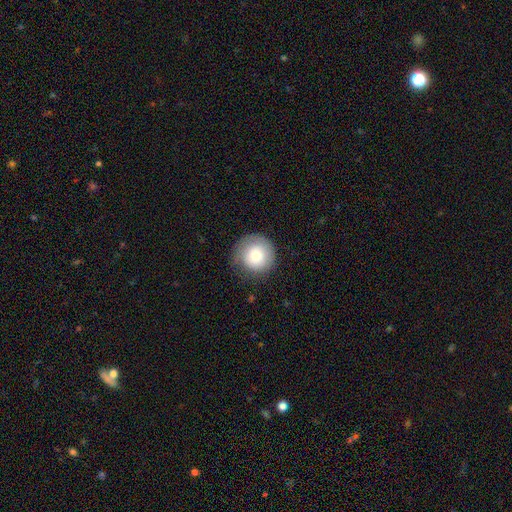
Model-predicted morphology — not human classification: Smooth or featured? smooth (78%)
How rounded? round (95%)
Merging? none (74%)